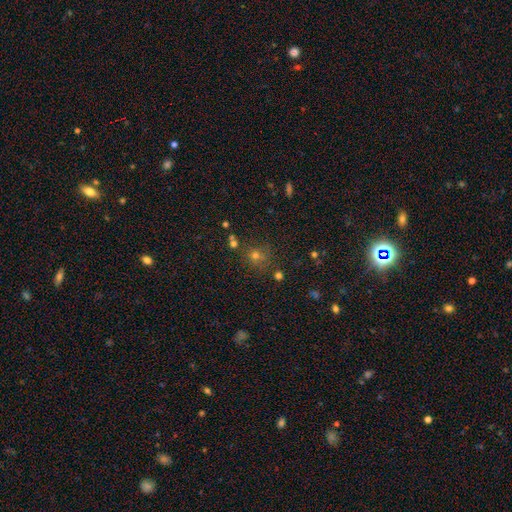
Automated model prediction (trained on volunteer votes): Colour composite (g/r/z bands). It shows a smooth galaxy with no disk features (58%) that is round (87%). Merging: none (72%).